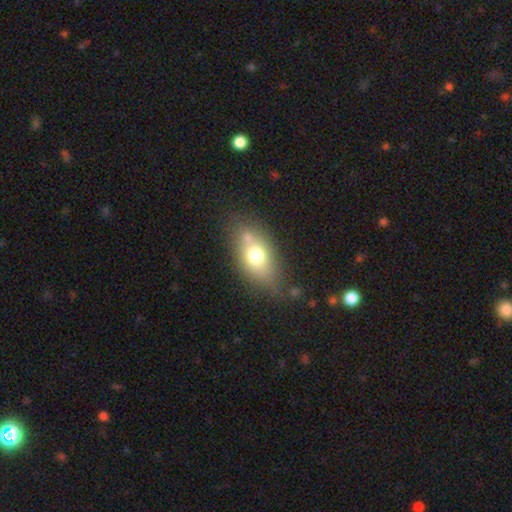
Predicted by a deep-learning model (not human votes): Smooth or featured? Predicted: smooth (p=0.69). How rounded? Predicted: in between (p=0.80). Merging? Predicted: none (p=0.64).